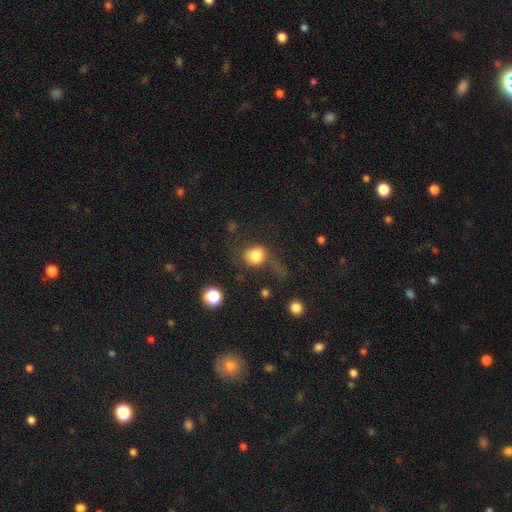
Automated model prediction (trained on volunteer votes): The model was most divided on "merging": none: 49%, major disturbance: 24%, minor disturbance: 23%, merger: 5%. More confident: smooth or featured — smooth (77%); how rounded — round (74%).